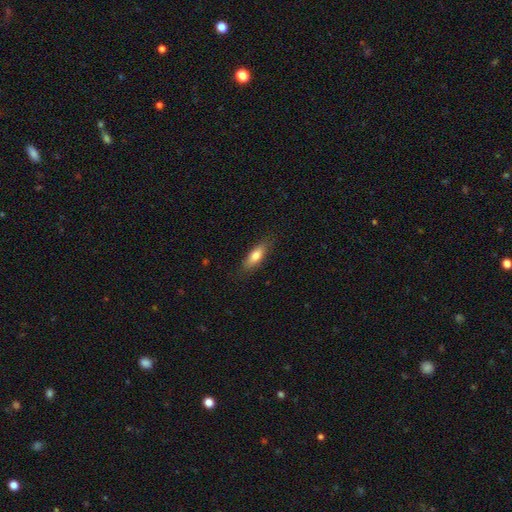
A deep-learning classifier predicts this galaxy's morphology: This appears to be a smooth galaxy with no disk features (74%) that is in between round and cigar-shaped (63%). Merging: none (83%).